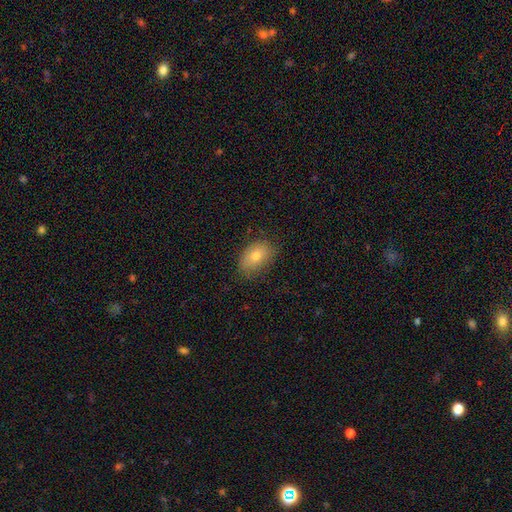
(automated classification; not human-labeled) This is likely a smooth galaxy (75%). How rounded: clearly in between (85%). Merging: likely none (76%).